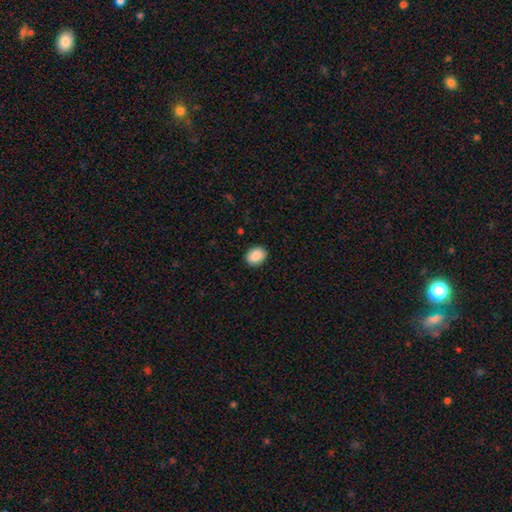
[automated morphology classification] type=smooth (88%); roundness=in between (57%); merging=none (90%).